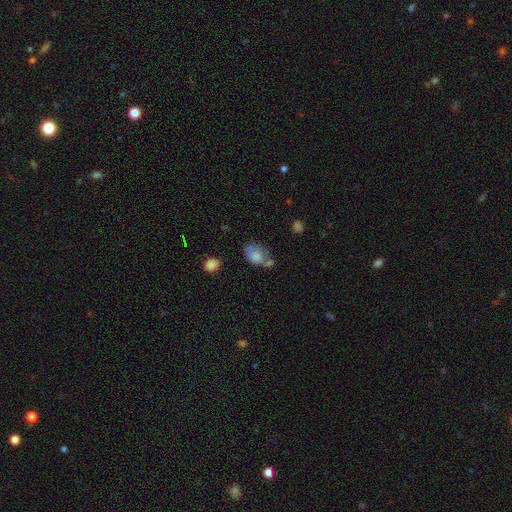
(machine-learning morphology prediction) Smooth or featured: smooth — 72% (featured or disk — 18%)
How rounded: in between — 75% (round — 24%)
Merging: none — 35% (merger — 26%)